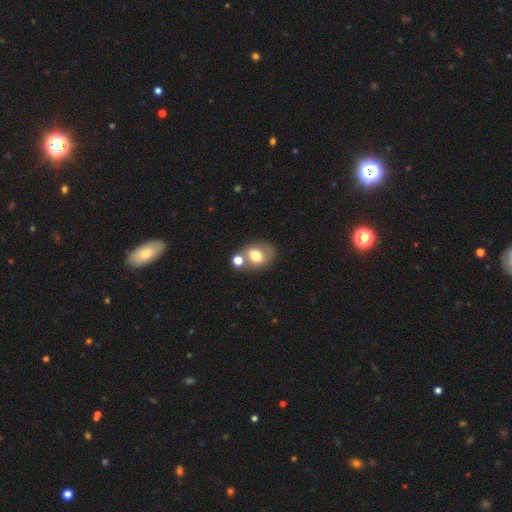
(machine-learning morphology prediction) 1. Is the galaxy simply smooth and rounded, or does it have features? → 68% smooth, 22% featured or disk, 10% star or artifact.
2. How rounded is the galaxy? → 50% round, 49% in between, 1% cigar-shaped.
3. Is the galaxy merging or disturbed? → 47% none, 31% merger, 15% minor disturbance, 7% major disturbance.